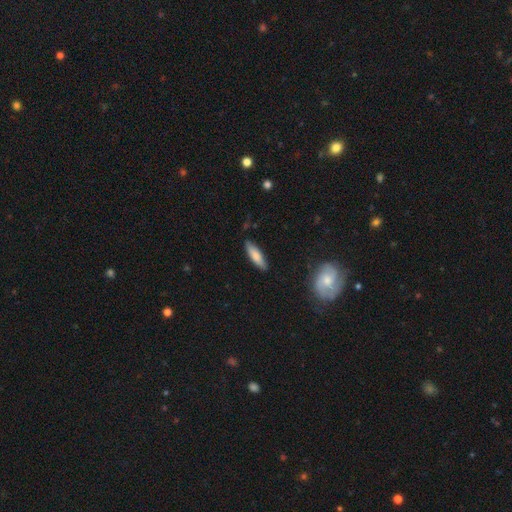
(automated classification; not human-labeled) Smooth or featured: smooth — 77% (featured or disk — 17%)
How rounded: cigar-shaped — 64% (in between — 35%)
Merging: none — 86% (minor disturbance — 11%)